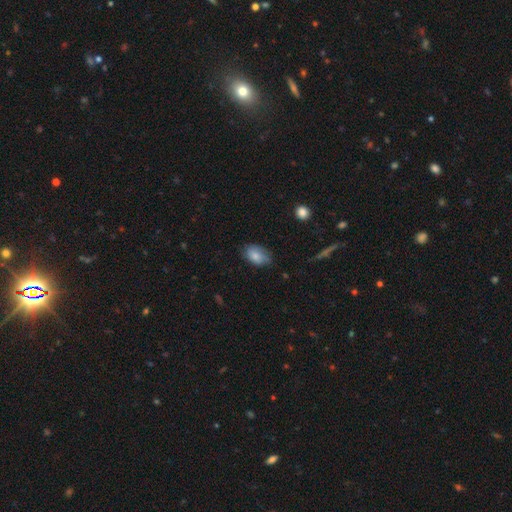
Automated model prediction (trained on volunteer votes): A smooth galaxy with no disk features (80%) that is in between round and cigar-shaped (88%). Merging: none (60%).